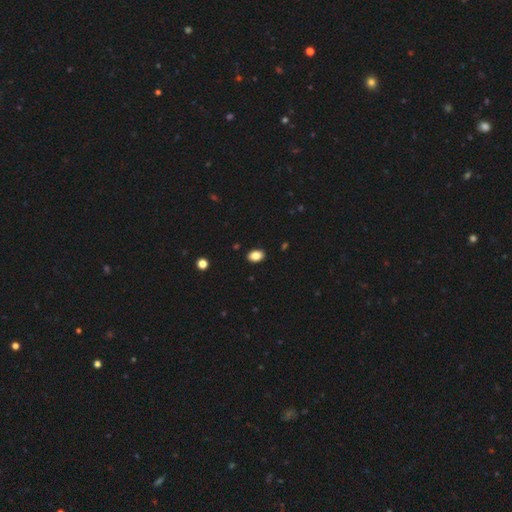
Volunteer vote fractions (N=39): A smooth galaxy with no disk features (87%) that is in between round and cigar-shaped (71%).

Vote fractions:
- Smooth or featured? smooth: 87% / star or artifact: 8% / featured or disk: 5%
- How rounded? in between: 71% / round: 26% / cigar-shaped: 3%
- Merging? none: 92% / minor disturbance: 8% / major disturbance: 0% / merger: 0%